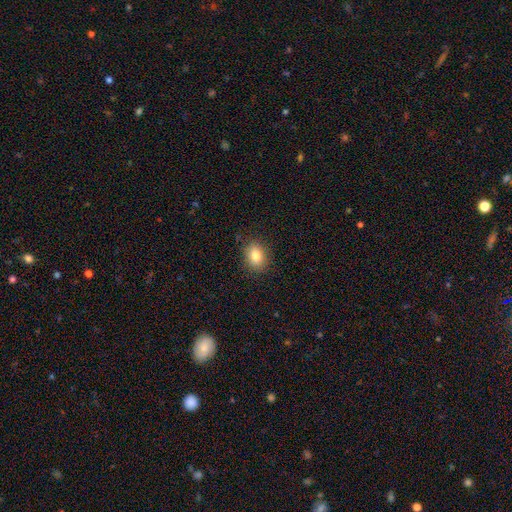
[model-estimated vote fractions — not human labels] Smooth or featured?
  - smooth: 82% *
  - star or artifact: 10%
  - featured or disk: 8%
How rounded?
  - in between: 61% *
  - round: 38%
  - cigar-shaped: 1%
Merging?
  - none: 87% *
  - minor disturbance: 9%
  - major disturbance: 2%
  - merger: 1%